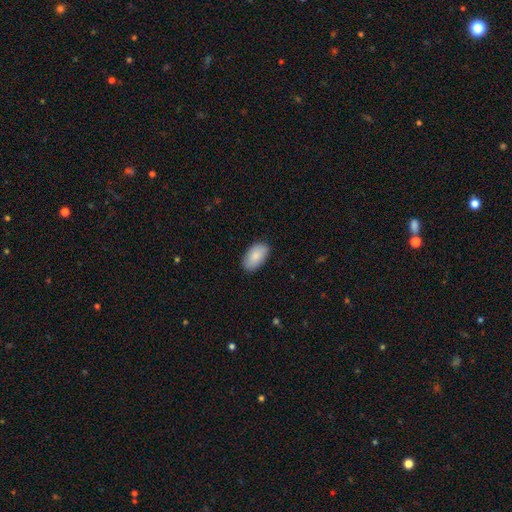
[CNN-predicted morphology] Smooth or featured? smooth (87%)
How rounded? in between (95%)
Merging? none (87%)